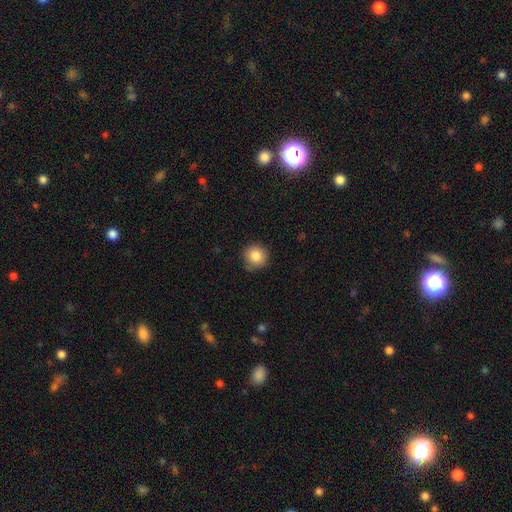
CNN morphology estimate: smooth 84%, star or artifact 10%, featured or disk 6%. Down the decision tree: how rounded — round (93%); merging — none (84%).